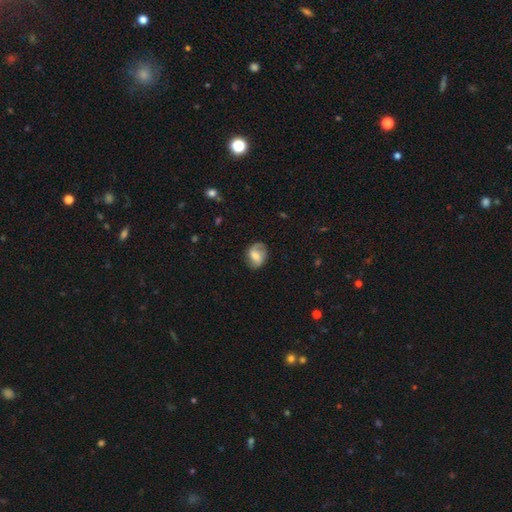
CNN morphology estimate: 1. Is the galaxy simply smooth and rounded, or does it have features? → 53% featured or disk, 39% smooth, 8% star or artifact.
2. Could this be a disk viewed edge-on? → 96% no, 4% yes.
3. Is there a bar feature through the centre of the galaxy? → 47% weak, 28% no, 26% strong.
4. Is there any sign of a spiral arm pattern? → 82% yes, 18% no.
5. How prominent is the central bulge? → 47% moderate, 28% small, 13% large, 10% none, 2% dominant.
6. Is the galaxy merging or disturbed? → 73% none, 19% minor disturbance, 7% major disturbance, 1% merger.